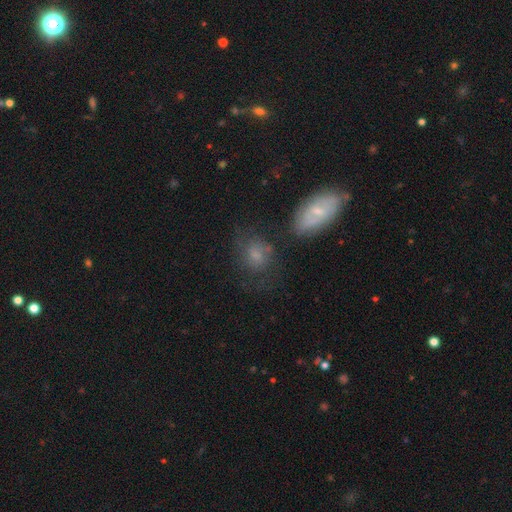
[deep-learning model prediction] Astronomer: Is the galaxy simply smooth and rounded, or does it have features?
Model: smooth — 60%.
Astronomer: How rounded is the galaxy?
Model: round — 50% (runner-up: in between, 48%).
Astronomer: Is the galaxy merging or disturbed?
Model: none — 58%.